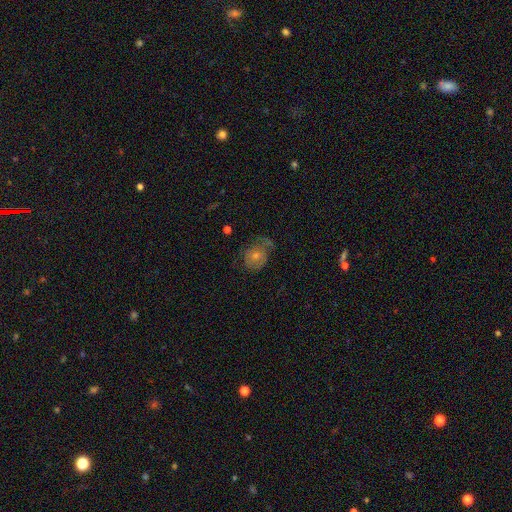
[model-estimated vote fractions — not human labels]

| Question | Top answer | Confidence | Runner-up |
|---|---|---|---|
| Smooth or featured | featured or disk | 52% | smooth (34%) |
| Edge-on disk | no | 96% | yes (4%) |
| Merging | none | 58% | minor disturbance (24%) |